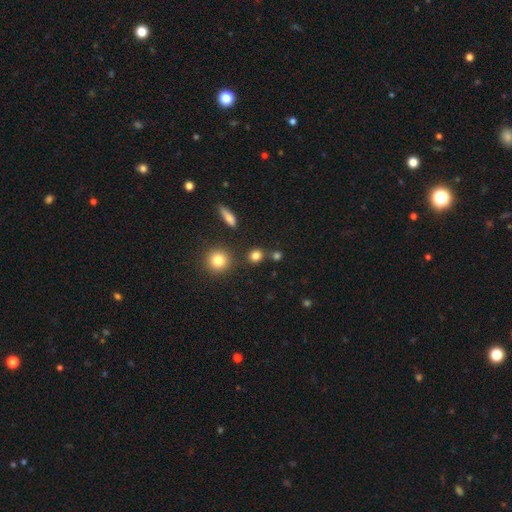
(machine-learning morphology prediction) smooth-or-featured: smooth: 81% | star or artifact: 13% | featured or disk: 6%
  how-rounded: round: 82% | in between: 16% | cigar-shaped: 2%
  merging: none: 79% | merger: 10% | minor disturbance: 8% | major disturbance: 3%